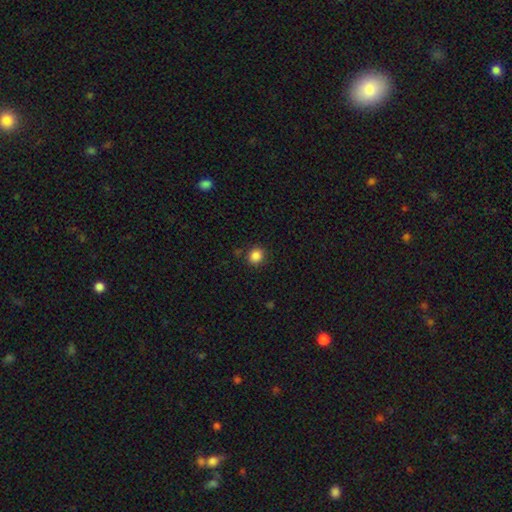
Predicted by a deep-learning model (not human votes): A smooth galaxy with no disk features (86%) that is round (80%). Merging: none (88%).